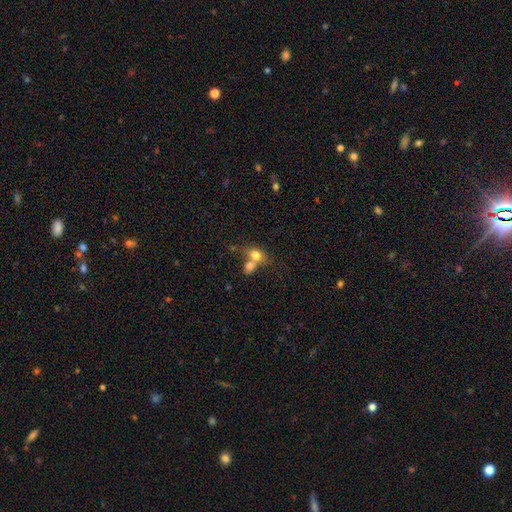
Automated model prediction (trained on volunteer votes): Q: Smooth or featured?
A: smooth (73%); runner-up: featured or disk (17%)
Q: How rounded?
A: in between (52%); runner-up: round (45%)
Q: Merging?
A: merger (65%); runner-up: none (23%)